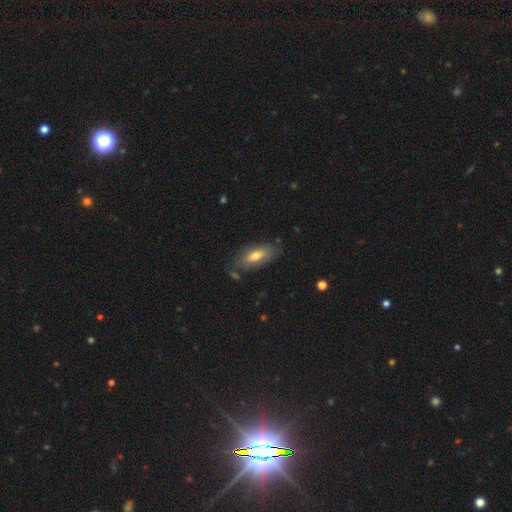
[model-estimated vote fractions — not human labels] A smooth galaxy with no disk features (63%) that is in between round and cigar-shaped (81%). Merging: none (75%).